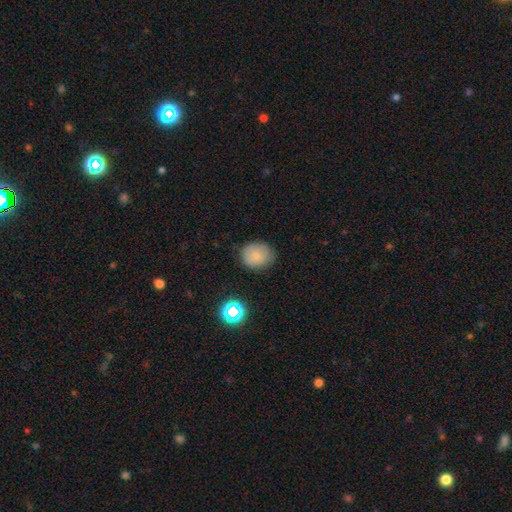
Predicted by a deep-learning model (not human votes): This appears to be a smooth galaxy with no disk features (79%) that is round (71%). Merging: none (79%).